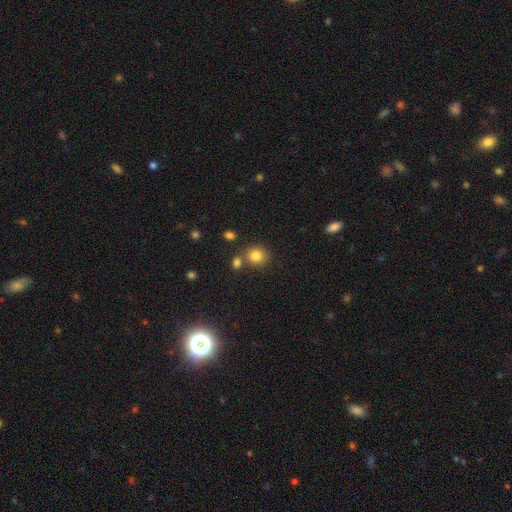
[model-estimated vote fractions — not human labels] Q: Smooth or featured?
A: smooth (82%); runner-up: star or artifact (12%)
Q: How rounded?
A: round (82%); runner-up: in between (17%)
Q: Merging?
A: none (71%); runner-up: merger (16%)